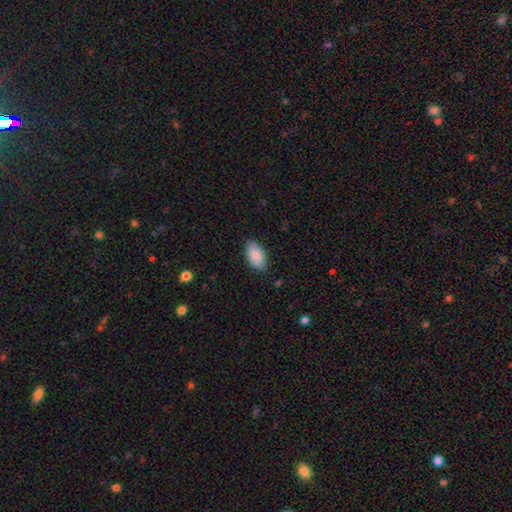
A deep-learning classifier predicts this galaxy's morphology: Overall: smooth (87%). How rounded: in between (94%). Merging: none (86%).